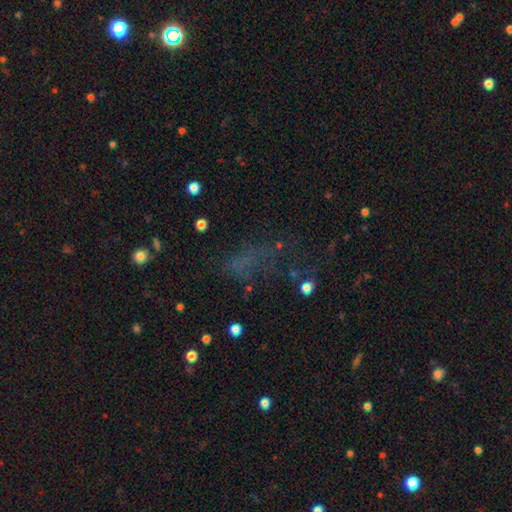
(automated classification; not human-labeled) Morphology: type=star or artifact (52%).